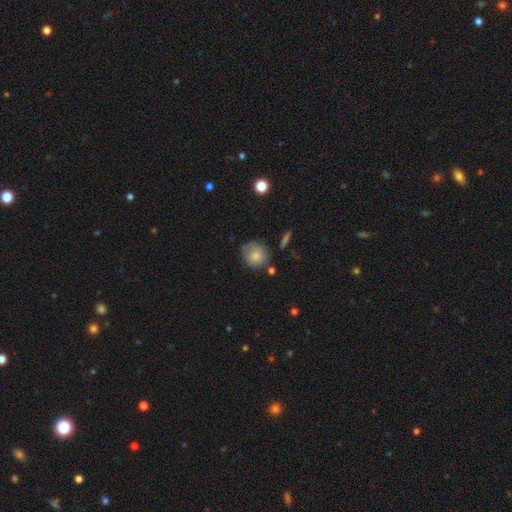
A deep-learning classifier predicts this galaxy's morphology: Smooth or featured: smooth — 80% (featured or disk — 12%)
How rounded: round — 83% (in between — 16%)
Merging: none — 63% (minor disturbance — 25%)